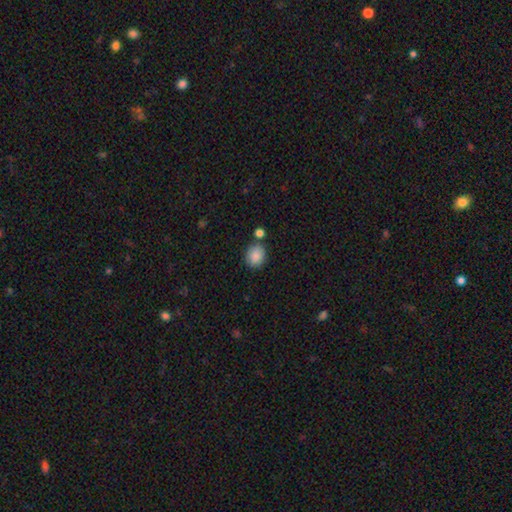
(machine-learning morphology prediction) The model was most divided on "how rounded": round: 62%, in between: 37%, cigar-shaped: 1%. More confident: smooth or featured — smooth (88%); merging — none (76%).